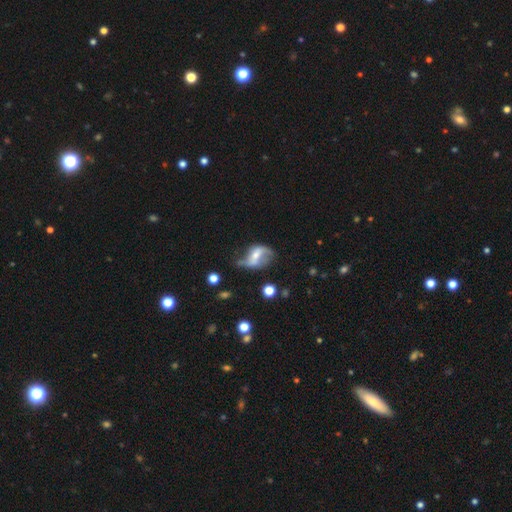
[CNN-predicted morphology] featured or disk 69%, smooth 23%, star or artifact 8%. Down the decision tree: edge-on disk — no (94%); bar — weak (36%, tied with strong); spiral arms — yes (78%); bulge size — small (45%); merging — none (40%).